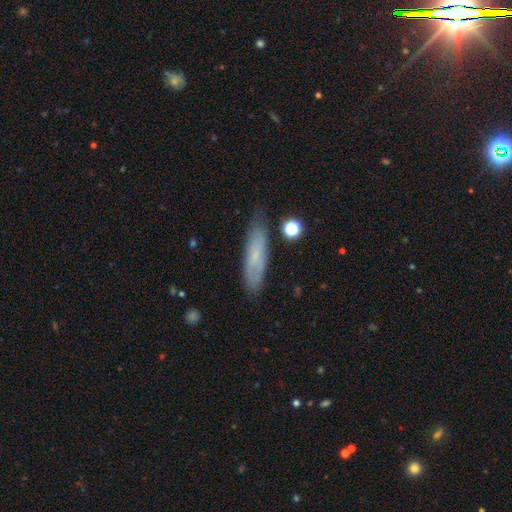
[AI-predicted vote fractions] This appears to be a smooth galaxy with no disk features (62%) that is cigar-shaped (68%). Merging: none (73%).